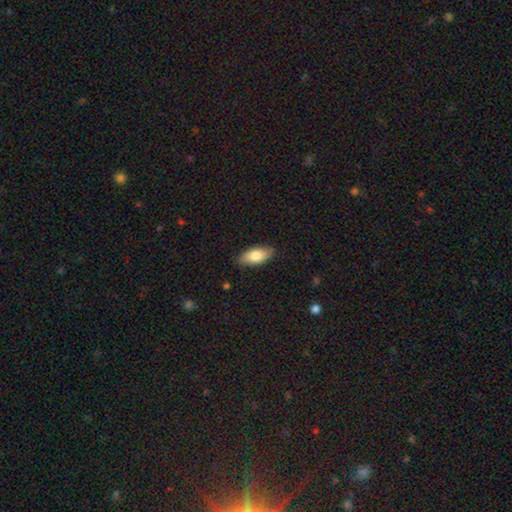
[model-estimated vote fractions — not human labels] smooth 80%, featured or disk 14%, star or artifact 6%. Down the decision tree: how rounded — in between (87%); merging — none (87%).